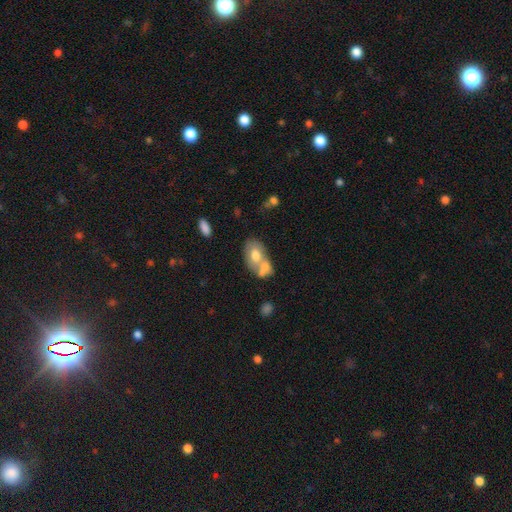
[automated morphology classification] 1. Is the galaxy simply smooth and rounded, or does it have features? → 65% smooth, 28% featured or disk, 7% star or artifact.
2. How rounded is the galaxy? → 85% in between, 13% round, 2% cigar-shaped.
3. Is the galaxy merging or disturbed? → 58% merger, 26% none, 11% minor disturbance, 5% major disturbance.